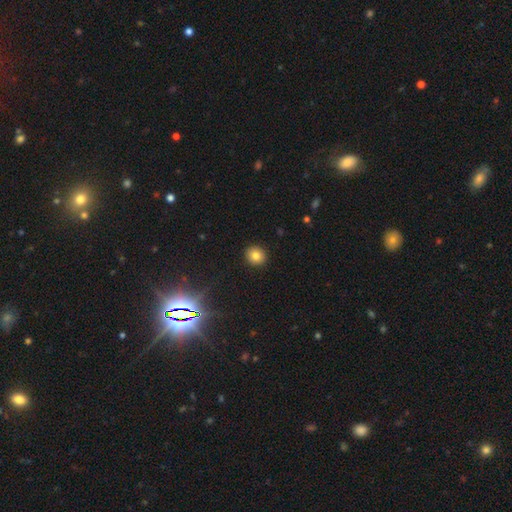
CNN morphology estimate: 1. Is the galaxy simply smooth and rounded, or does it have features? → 81% smooth, 12% star or artifact, 7% featured or disk.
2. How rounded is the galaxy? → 86% round, 13% in between, 1% cigar-shaped.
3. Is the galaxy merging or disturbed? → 92% none, 5% minor disturbance, 2% major disturbance, 1% merger.